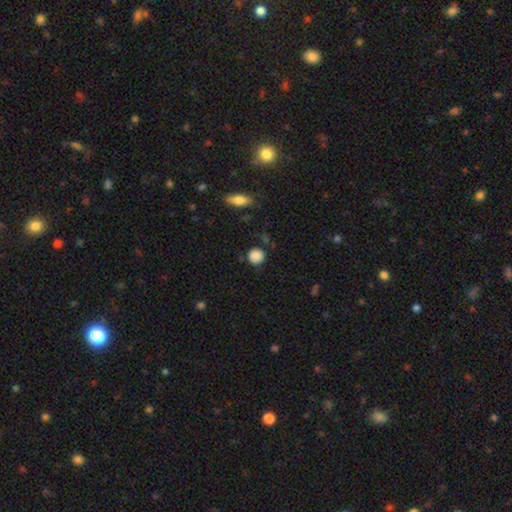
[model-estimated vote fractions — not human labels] A smooth galaxy with no disk features (87%) that is round (90%).

Vote fractions:
- Smooth or featured? smooth: 87% / star or artifact: 9% / featured or disk: 4%
- How rounded? round: 90% / in between: 9% / cigar-shaped: 1%
- Merging? none: 81% / minor disturbance: 13% / major disturbance: 3% / merger: 3%